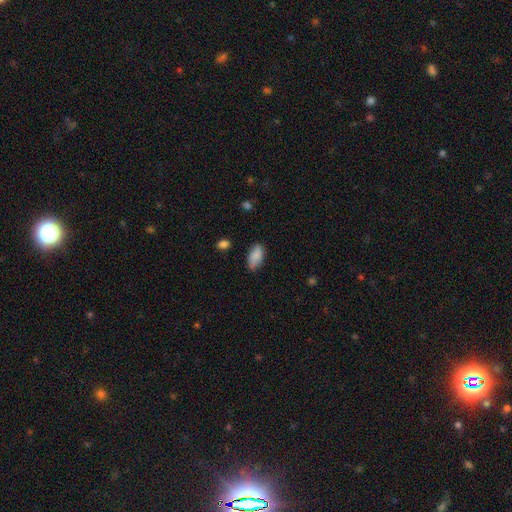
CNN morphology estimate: This is clearly a smooth galaxy (84%). How rounded: clearly in between (93%). Merging: likely none (73%).